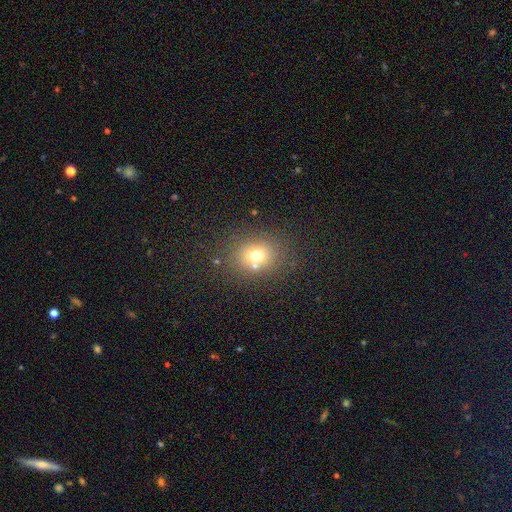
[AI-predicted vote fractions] This is likely a smooth galaxy (68%). How rounded: likely round (63%). Merging: likely none (72%).